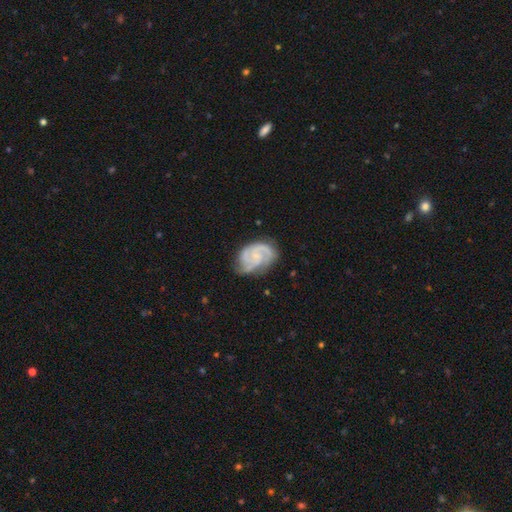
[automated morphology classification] The model was most divided on "spiral arm count": 3: 42%, 2: 36%, can't tell: 10%, 4: 5%, 1: 4%, more than 4: 4%. More confident: edge-on disk — no (98%); spiral arms — yes (98%); smooth or featured — featured or disk (87%); merging — none (66%); bar — no (65%); bulge size — small (65%); spiral winding — tight (51%).